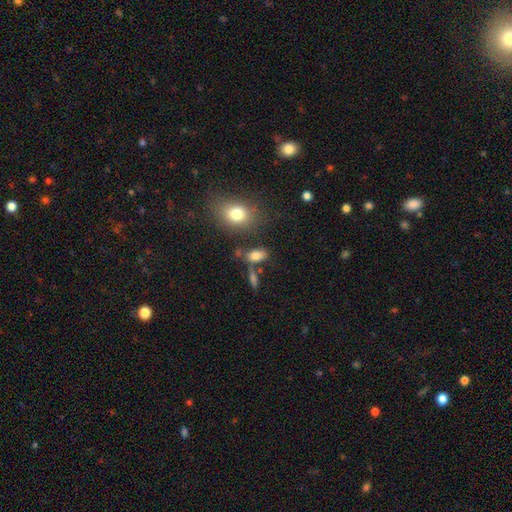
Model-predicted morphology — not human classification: This appears to be a smooth galaxy with no disk features (78%) that is in between round and cigar-shaped (84%). Merging: none (64%).